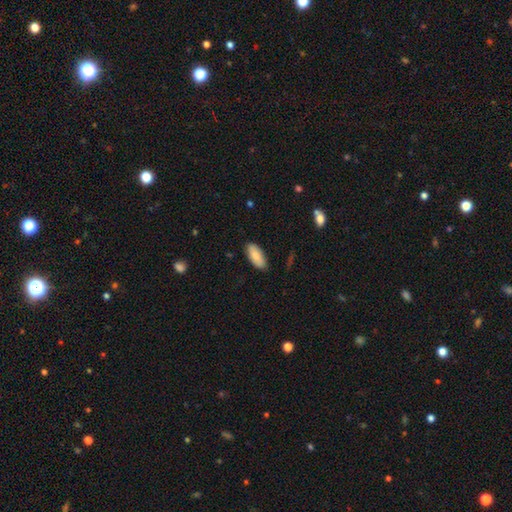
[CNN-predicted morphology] Smooth or featured? Predicted: smooth (p=0.84). How rounded? Predicted: in between (p=0.89). Merging? Predicted: none (p=0.85).